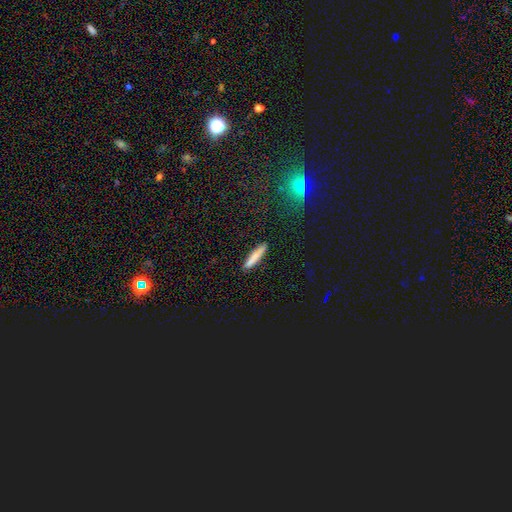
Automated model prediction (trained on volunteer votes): smooth_or_featured: smooth (p=0.79) [alt: featured or disk p=0.14]
how_rounded: cigar-shaped (p=0.92) [alt: in between p=0.06]
merging: none (p=0.90) [alt: minor disturbance p=0.07]